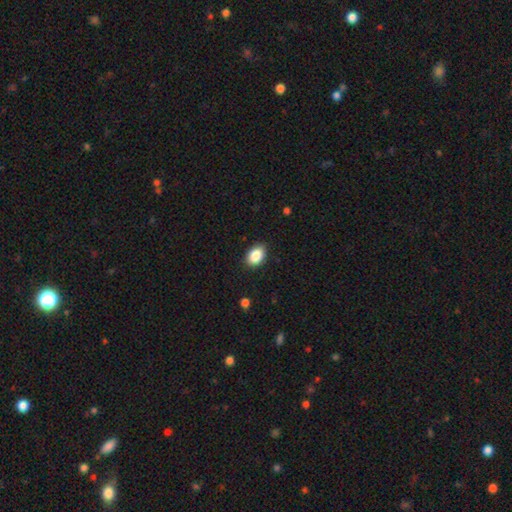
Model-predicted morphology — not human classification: Smooth or featured? Predicted: smooth (p=0.87). How rounded? Predicted: in between (p=0.85). Merging? Predicted: none (p=0.87).